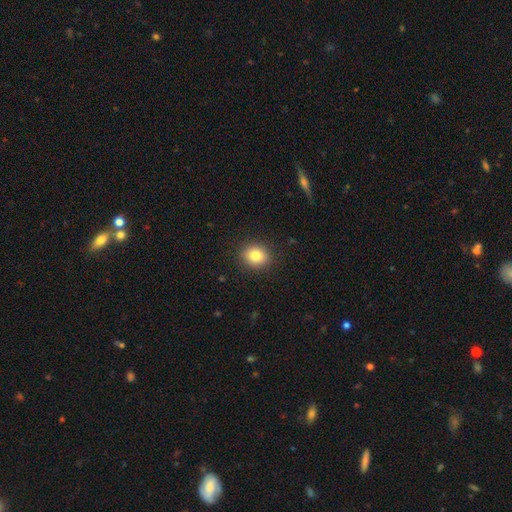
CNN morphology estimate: This is clearly a smooth galaxy (82%). How rounded: likely round (67%). Merging: clearly none (90%).